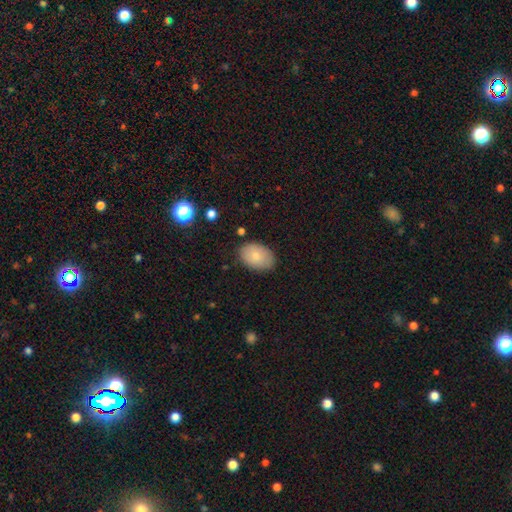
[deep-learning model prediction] The model was most divided on "smooth or featured": smooth: 79%, featured or disk: 14%, star or artifact: 7%. More confident: how rounded — in between (86%); merging — none (83%).